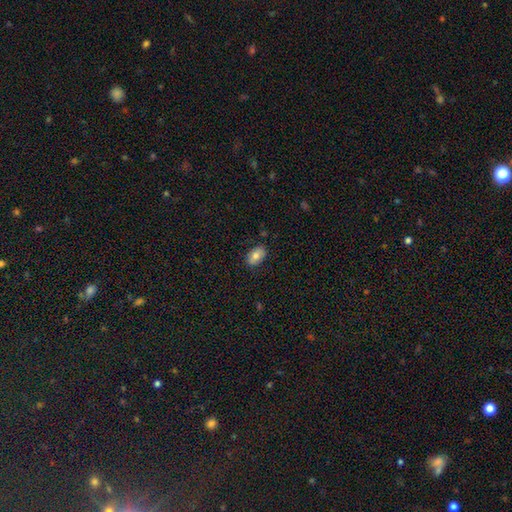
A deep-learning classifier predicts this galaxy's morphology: smooth_or_featured: smooth (p=0.78) [alt: featured or disk p=0.14]
how_rounded: in between (p=0.92) [alt: round p=0.06]
merging: none (p=0.85) [alt: minor disturbance p=0.11]